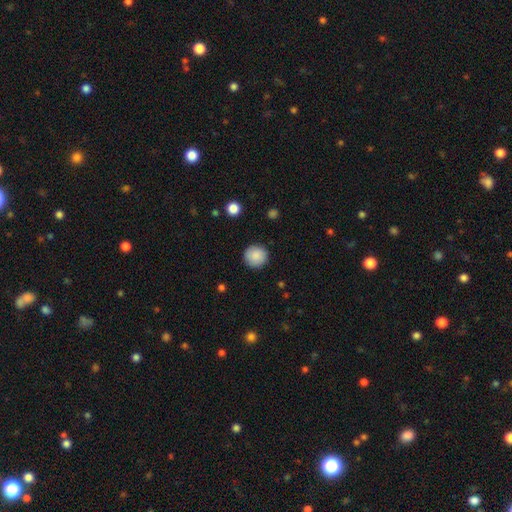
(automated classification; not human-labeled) This appears to be a smooth galaxy with no disk features (88%) that is round (94%). Merging: none (89%).